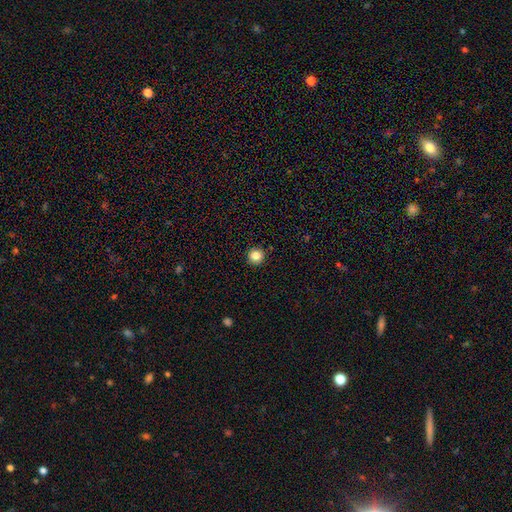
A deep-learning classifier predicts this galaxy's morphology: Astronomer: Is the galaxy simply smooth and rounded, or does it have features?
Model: smooth — 85%.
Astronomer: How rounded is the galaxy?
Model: round — 95%.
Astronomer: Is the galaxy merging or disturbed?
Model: none — 92%.